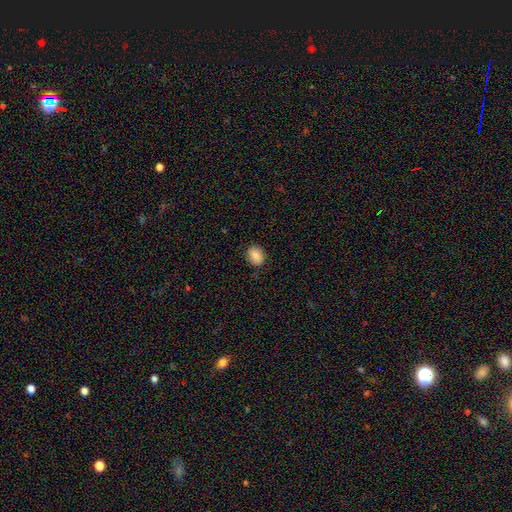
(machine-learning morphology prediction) Q: Smooth or featured?
A: smooth (85%); runner-up: star or artifact (8%)
Q: How rounded?
A: in between (57%); runner-up: round (41%)
Q: Merging?
A: none (87%); runner-up: minor disturbance (10%)